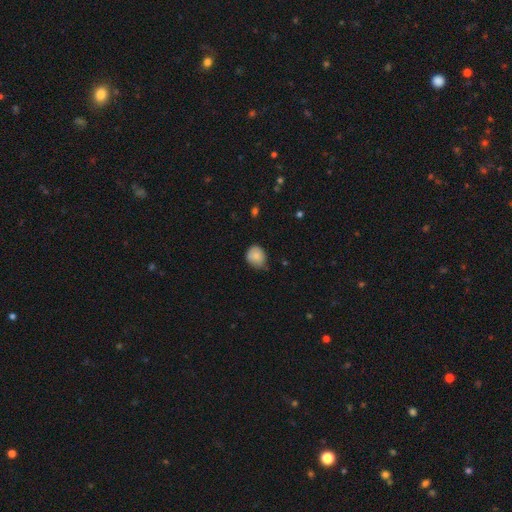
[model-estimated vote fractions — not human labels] Smooth or featured: smooth — 83% (featured or disk — 9%)
How rounded: round — 60% (in between — 39%)
Merging: none — 52% (minor disturbance — 40%)